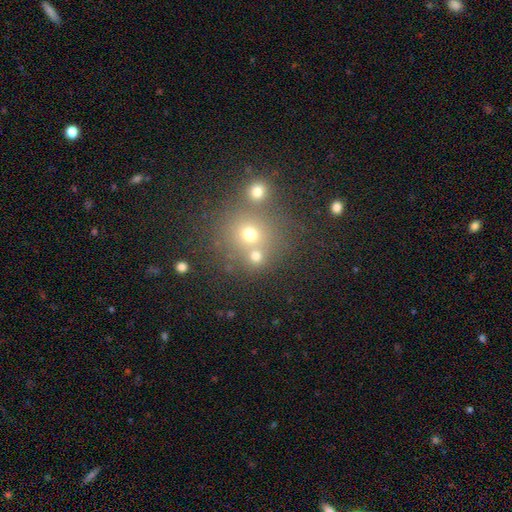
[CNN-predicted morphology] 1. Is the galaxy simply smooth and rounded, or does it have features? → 69% smooth, 21% star or artifact, 11% featured or disk.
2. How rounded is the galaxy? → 83% round, 16% in between, 1% cigar-shaped.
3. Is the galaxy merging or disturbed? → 58% none, 31% merger, 8% minor disturbance, 4% major disturbance.